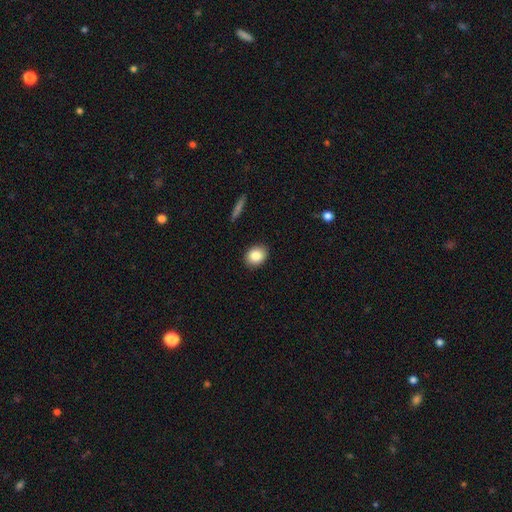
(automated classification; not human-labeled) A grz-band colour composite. It shows a smooth galaxy with no disk features (85%) that is in between round and cigar-shaped (49%, tied with round). Merging: none (90%).